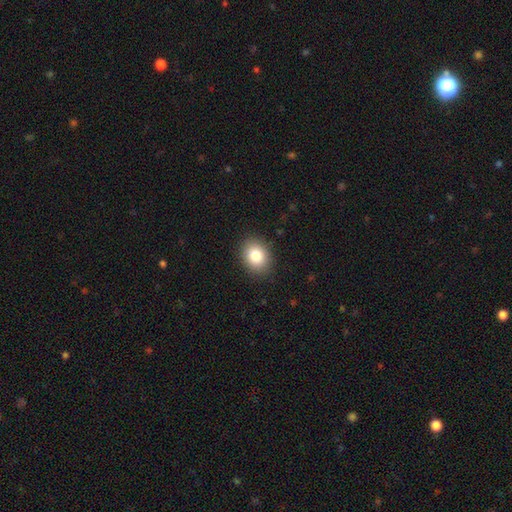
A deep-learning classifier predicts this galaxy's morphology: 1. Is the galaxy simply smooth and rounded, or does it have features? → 83% smooth, 9% star or artifact, 8% featured or disk.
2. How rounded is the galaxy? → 55% in between, 44% round, 1% cigar-shaped.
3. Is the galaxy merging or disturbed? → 89% none, 8% minor disturbance, 2% major disturbance, 1% merger.